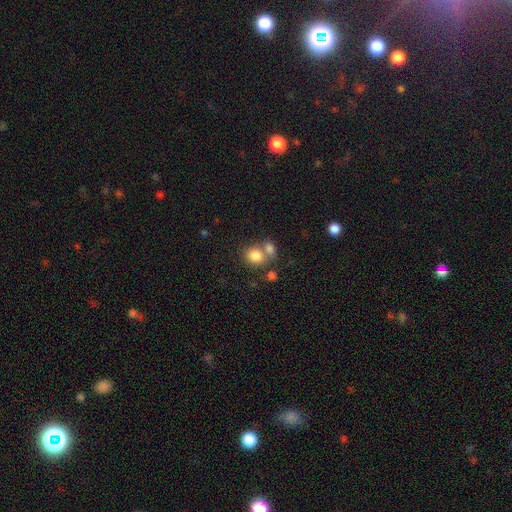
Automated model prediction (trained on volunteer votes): Q: Smooth or featured?
A: smooth (82%); runner-up: star or artifact (10%)
Q: How rounded?
A: round (66%); runner-up: in between (33%)
Q: Merging?
A: none (47%); runner-up: merger (39%)